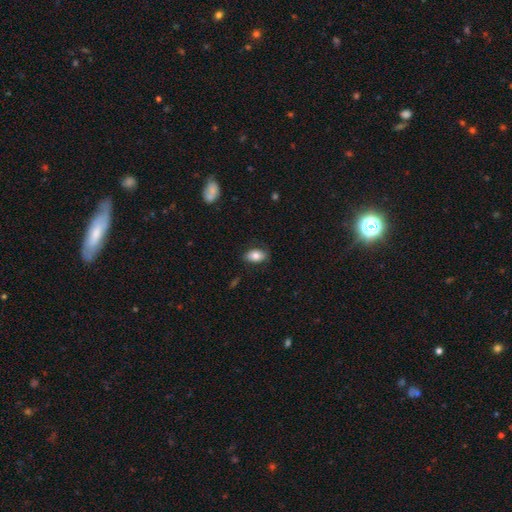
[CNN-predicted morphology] This is likely a smooth galaxy (78%). How rounded: clearly in between (90%). Merging: likely none (80%).